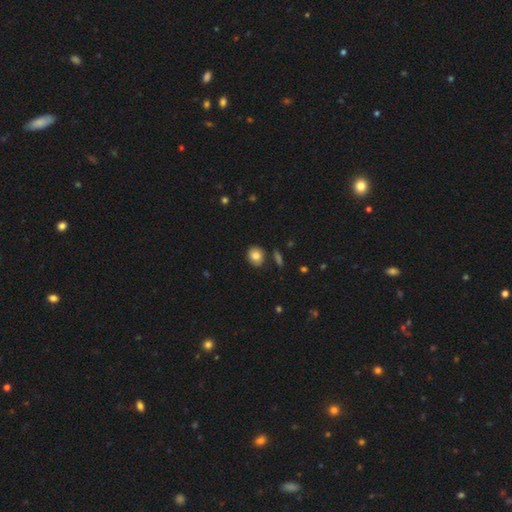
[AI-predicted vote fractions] Smooth or featured?
  - smooth: 83% *
  - star or artifact: 9%
  - featured or disk: 9%
How rounded?
  - round: 71% *
  - in between: 28%
  - cigar-shaped: 1%
Merging?
  - none: 83% *
  - minor disturbance: 11%
  - merger: 4%
  - major disturbance: 2%